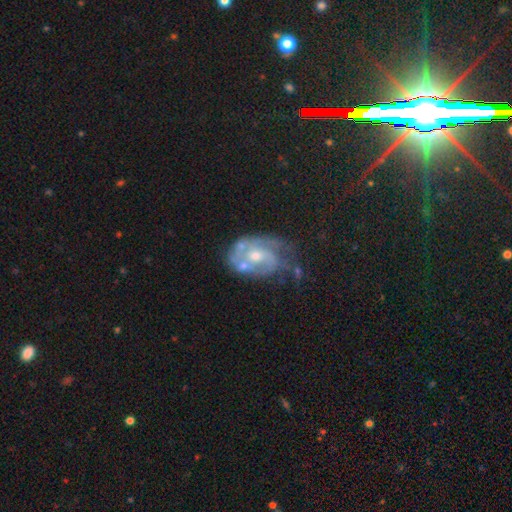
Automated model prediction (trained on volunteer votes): Smooth or featured? featured or disk (80%)
Edge-on disk? no (97%)
Bar? no (64%)
Spiral arms? yes (84%)
Spiral winding? tight (47%)
Spiral arm count? 2 (44%)
Bulge size? moderate (57%)
Merging? none (42%)